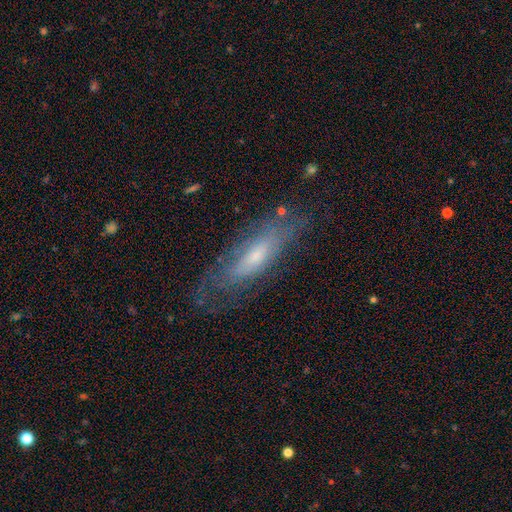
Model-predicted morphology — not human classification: type=featured or disk (53%); edge-on=no (65%); merging=none (65%).